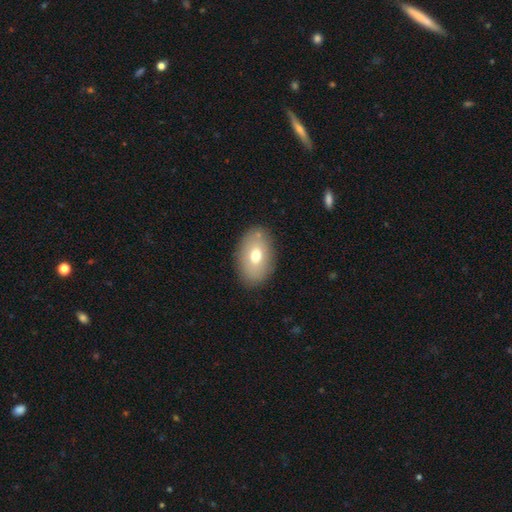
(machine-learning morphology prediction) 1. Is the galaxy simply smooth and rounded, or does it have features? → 69% smooth, 23% featured or disk, 8% star or artifact.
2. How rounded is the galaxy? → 89% in between, 10% round, 1% cigar-shaped.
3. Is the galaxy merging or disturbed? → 83% none, 11% minor disturbance, 3% major disturbance, 2% merger.